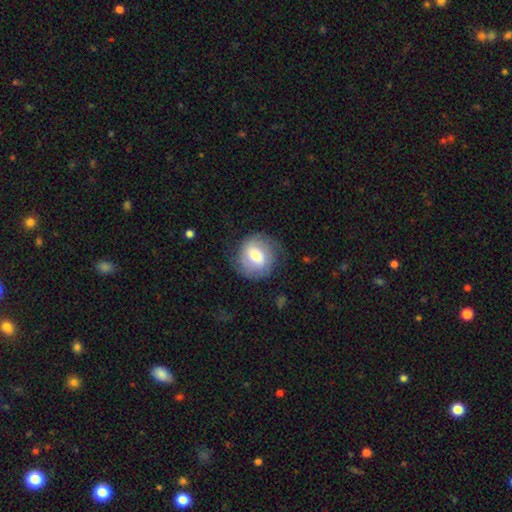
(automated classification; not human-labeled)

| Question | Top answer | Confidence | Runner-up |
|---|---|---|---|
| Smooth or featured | featured or disk | 47% | smooth (46%) |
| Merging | none | 71% | minor disturbance (18%) |